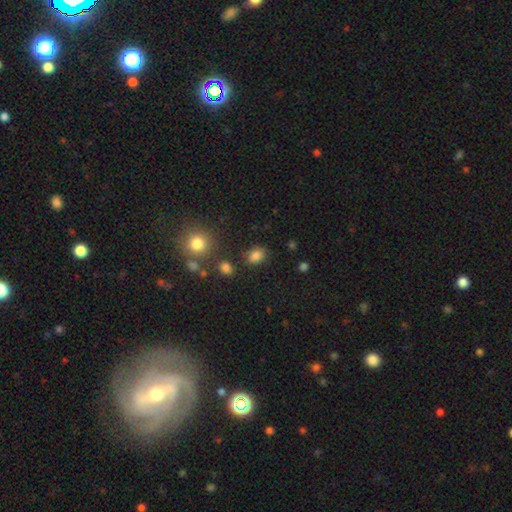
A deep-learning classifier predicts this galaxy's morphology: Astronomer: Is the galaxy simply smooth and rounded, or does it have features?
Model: smooth — 82%.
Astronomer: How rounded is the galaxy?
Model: in between — 57% (runner-up: round, 41%).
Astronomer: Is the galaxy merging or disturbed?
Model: none — 81%.